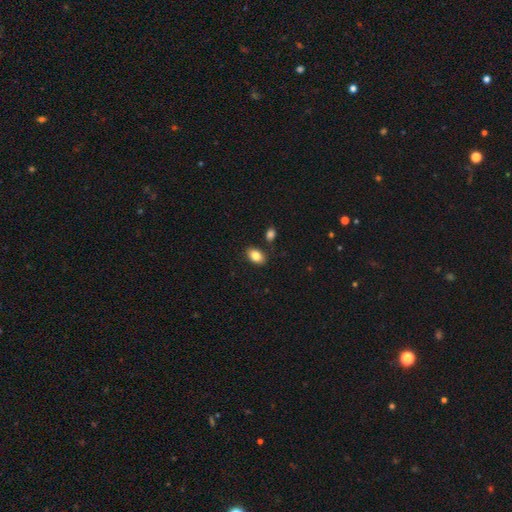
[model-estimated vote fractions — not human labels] Smooth or featured? smooth (84%)
How rounded? in between (89%)
Merging? none (83%)